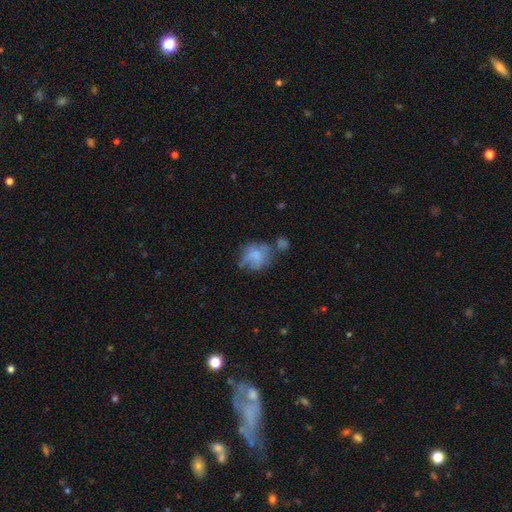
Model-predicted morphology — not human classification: Smooth or featured? Predicted: smooth (p=0.59). How rounded? Predicted: round (p=0.53). Merging? Predicted: none (p=0.35).